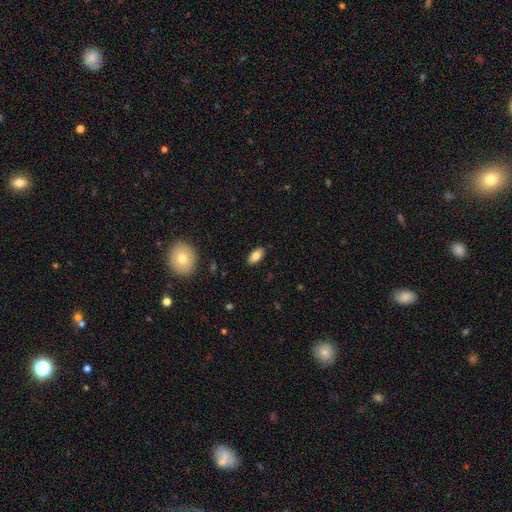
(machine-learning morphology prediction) Overall: smooth (80%). How rounded: in between (90%). Merging: none (87%).